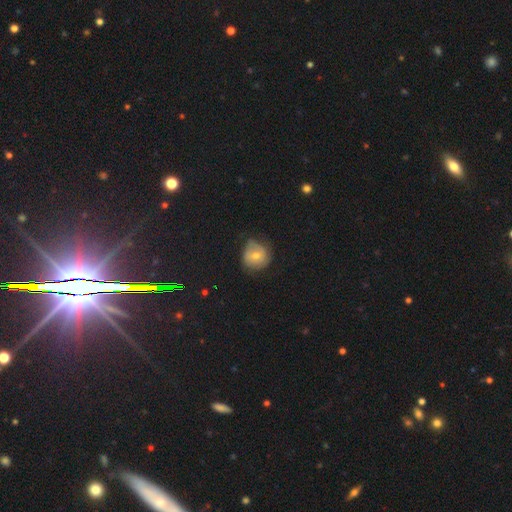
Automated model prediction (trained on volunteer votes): Smooth or featured?
  - smooth: 61% *
  - featured or disk: 30%
  - star or artifact: 9%
How rounded?
  - round: 83% *
  - in between: 16%
  - cigar-shaped: 1%
Merging?
  - none: 54% *
  - minor disturbance: 34%
  - major disturbance: 11%
  - merger: 1%